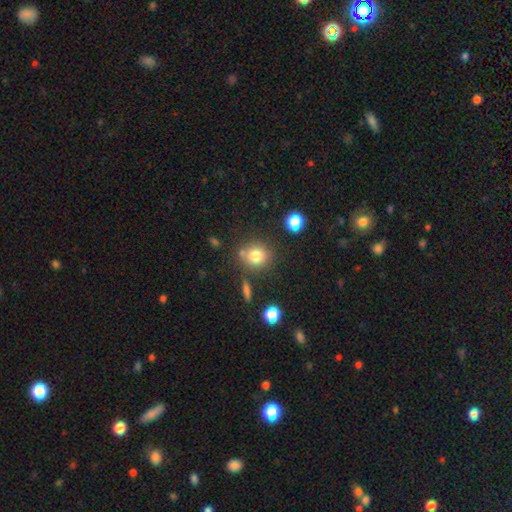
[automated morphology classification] Smooth or featured: smooth — 79% (star or artifact — 12%)
How rounded: round — 84% (in between — 15%)
Merging: none — 70% (minor disturbance — 13%)